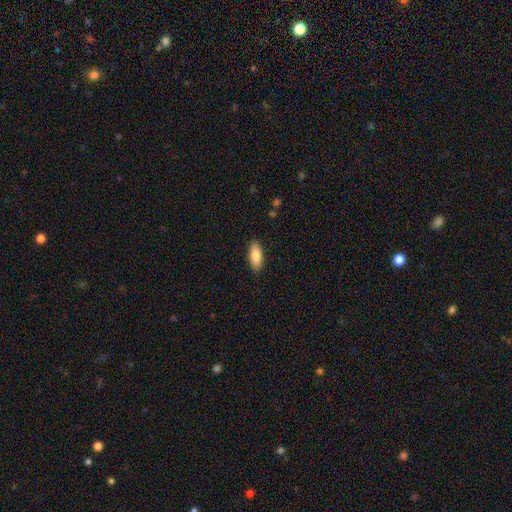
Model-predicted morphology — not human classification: smooth-or-featured: smooth: 86% | featured or disk: 9% | star or artifact: 6%
  how-rounded: in between: 79% | cigar-shaped: 19% | round: 2%
  merging: none: 88% | minor disturbance: 9% | major disturbance: 2% | merger: 1%